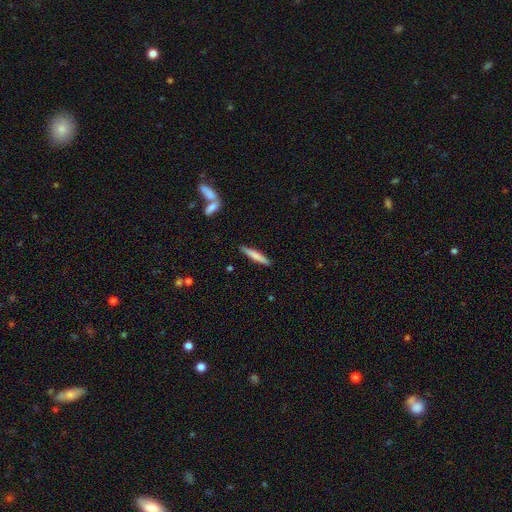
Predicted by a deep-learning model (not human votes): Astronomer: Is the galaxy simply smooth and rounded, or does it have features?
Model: smooth — 71%.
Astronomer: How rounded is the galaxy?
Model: cigar-shaped — 91%.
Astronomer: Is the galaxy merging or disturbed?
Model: none — 88%.